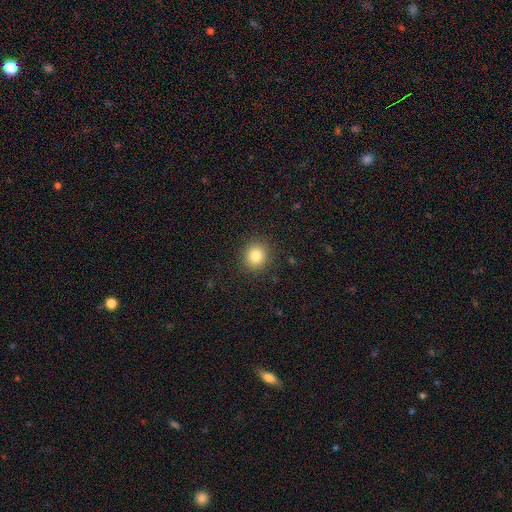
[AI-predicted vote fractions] A smooth galaxy with no disk features (82%) that is round (89%). Merging: none (90%).